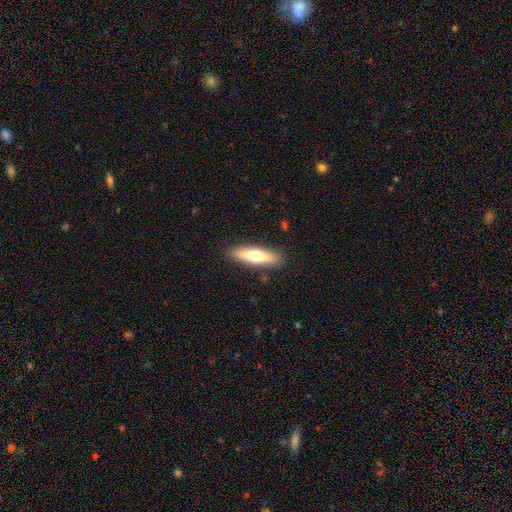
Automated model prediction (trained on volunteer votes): Smooth or featured? smooth (56%)
How rounded? cigar-shaped (70%)
Merging? none (89%)